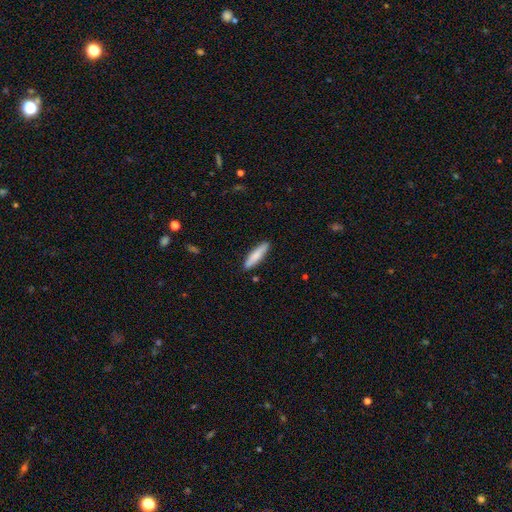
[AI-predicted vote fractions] Q: Smooth or featured?
A: smooth (78%); runner-up: featured or disk (16%)
Q: How rounded?
A: cigar-shaped (80%); runner-up: in between (19%)
Q: Merging?
A: none (88%); runner-up: minor disturbance (9%)